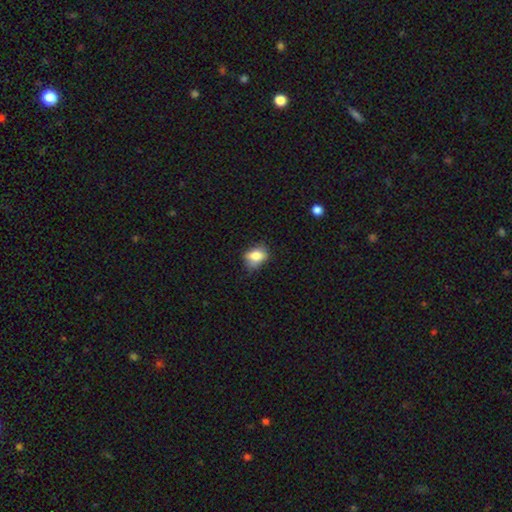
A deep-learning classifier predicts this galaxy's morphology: Smooth or featured?
  - smooth: 78% *
  - featured or disk: 13%
  - star or artifact: 10%
How rounded?
  - in between: 67% *
  - round: 30%
  - cigar-shaped: 2%
Merging?
  - none: 66% *
  - minor disturbance: 26%
  - major disturbance: 6%
  - merger: 2%